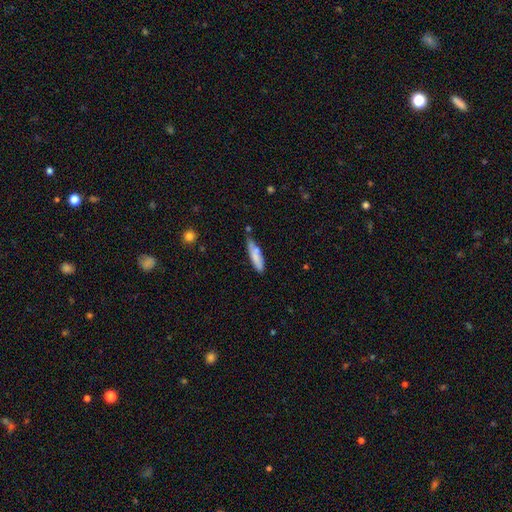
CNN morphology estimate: Smooth or featured?
  - smooth: 76% *
  - featured or disk: 18%
  - star or artifact: 6%
How rounded?
  - cigar-shaped: 71% *
  - in between: 28%
  - round: 2%
Merging?
  - none: 59% *
  - minor disturbance: 28%
  - merger: 8%
  - major disturbance: 5%